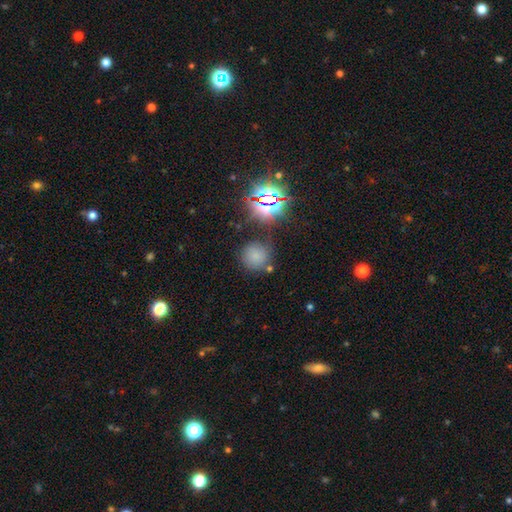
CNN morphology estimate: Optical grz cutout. It shows a smooth galaxy with no disk features (70%) that is round (92%). Merging: none (74%).